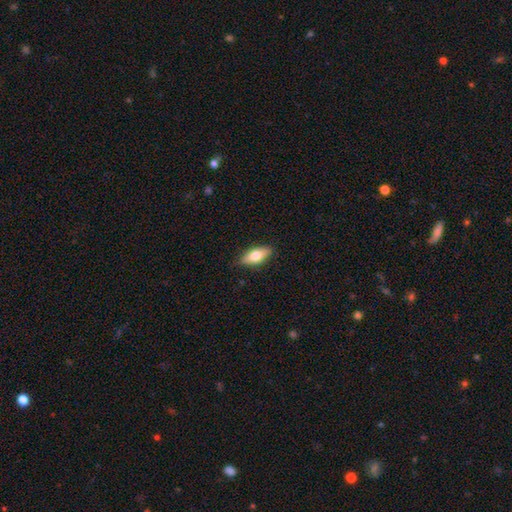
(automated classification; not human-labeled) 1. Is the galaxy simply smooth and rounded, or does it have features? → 70% smooth, 23% featured or disk, 6% star or artifact.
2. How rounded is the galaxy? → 79% in between, 18% cigar-shaped, 3% round.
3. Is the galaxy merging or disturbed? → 85% none, 12% minor disturbance, 2% major disturbance, 1% merger.